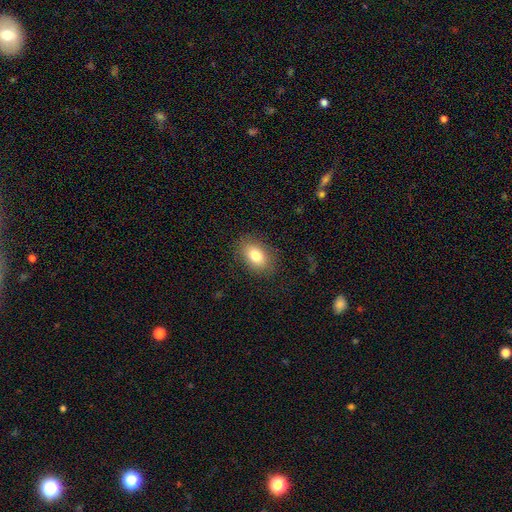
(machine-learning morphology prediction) smooth 81%, featured or disk 11%, star or artifact 8%. Down the decision tree: how rounded — in between (86%); merging — none (85%).